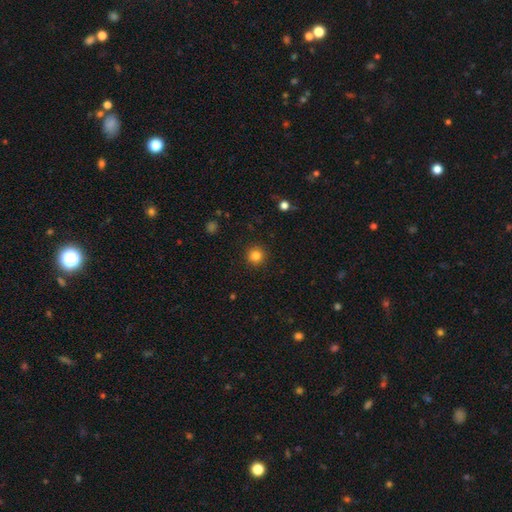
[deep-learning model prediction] Morphology: type=smooth (83%); roundness=round (95%); merging=none (92%).